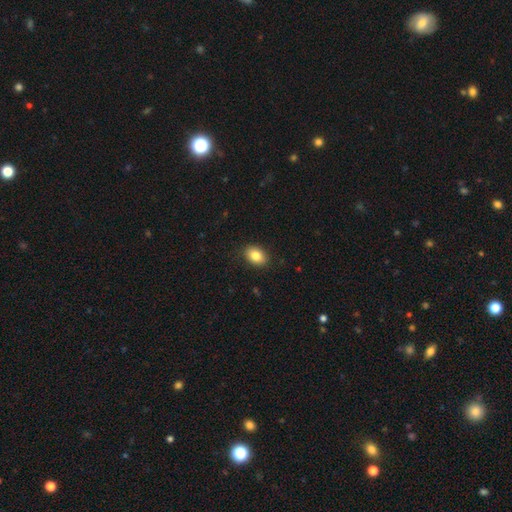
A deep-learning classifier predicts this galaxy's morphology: Overall: smooth (85%). How rounded: in between (77%). Merging: none (89%).